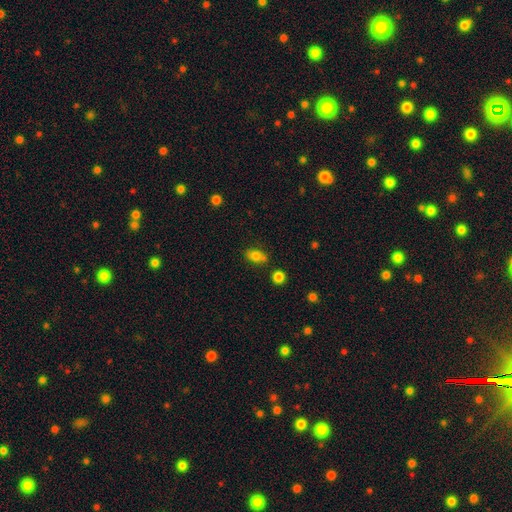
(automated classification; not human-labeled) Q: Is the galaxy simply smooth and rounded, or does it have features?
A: smooth — 79%.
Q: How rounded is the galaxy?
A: in between — 81%.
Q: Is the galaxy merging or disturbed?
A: none — 72%.